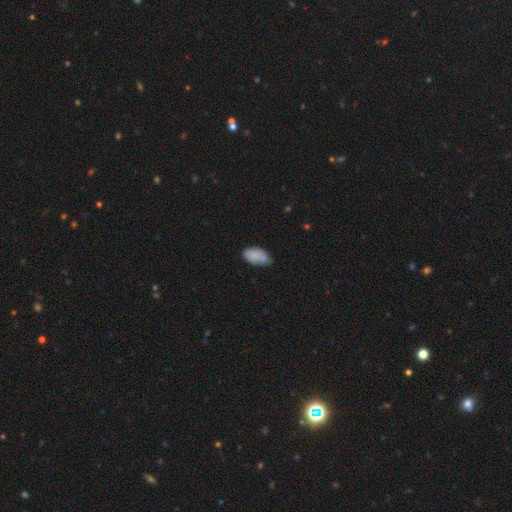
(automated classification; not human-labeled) Smooth or featured? Predicted: smooth (p=0.82). How rounded? Predicted: in between (p=0.94). Merging? Predicted: none (p=0.59).